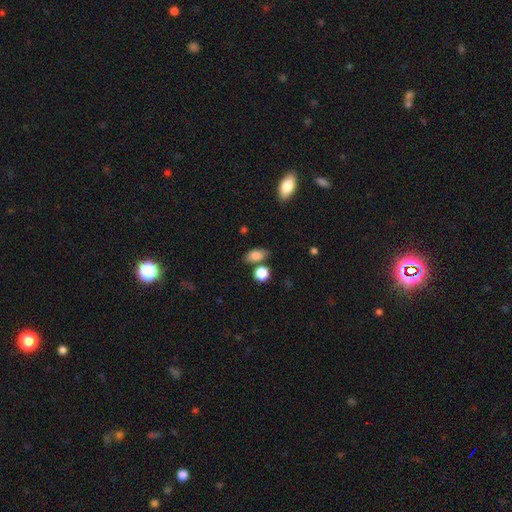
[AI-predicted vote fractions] smooth-or-featured: smooth: 82% | star or artifact: 10% | featured or disk: 8%
  how-rounded: in between: 81% | round: 15% | cigar-shaped: 4%
  merging: none: 68% | minor disturbance: 16% | merger: 12% | major disturbance: 4%